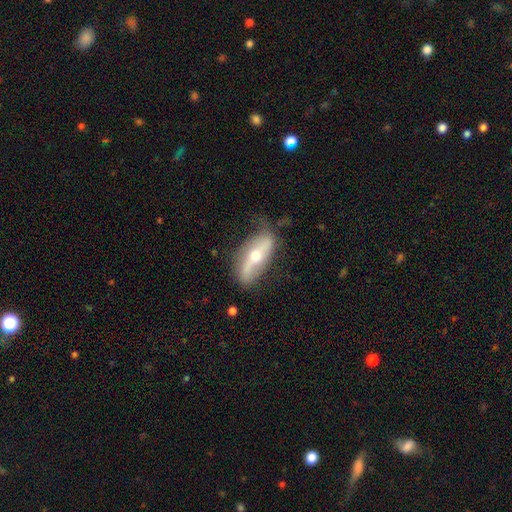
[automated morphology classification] This is likely a featured or disk galaxy (68%). It is likely not viewed edge-on (69%). Merging: likely none (64%).